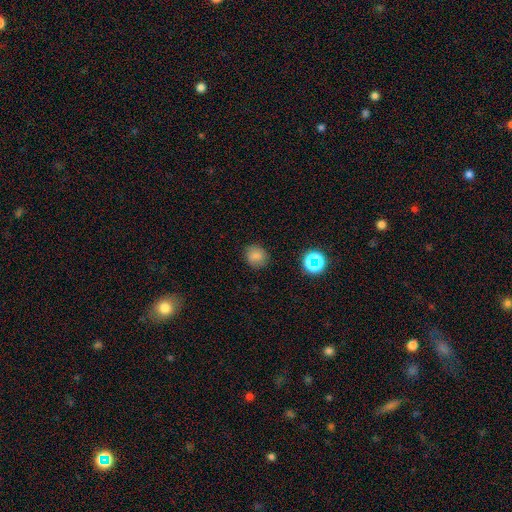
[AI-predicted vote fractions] A smooth galaxy with no disk features (78%) that is round (79%).

Vote fractions:
- Smooth or featured? smooth: 78% / star or artifact: 14% / featured or disk: 8%
- How rounded? round: 79% / in between: 20% / cigar-shaped: 1%
- Merging? none: 86% / minor disturbance: 9% / major disturbance: 3% / merger: 1%